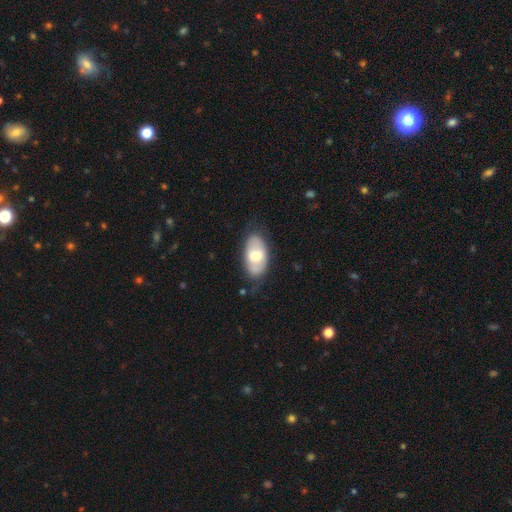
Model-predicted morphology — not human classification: type=smooth (59%); roundness=in between (93%); merging=none (74%).